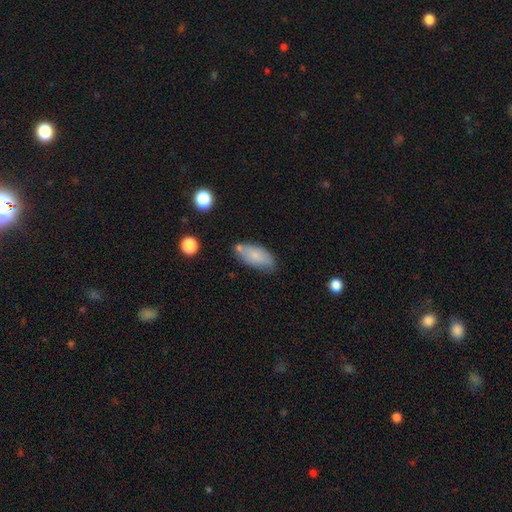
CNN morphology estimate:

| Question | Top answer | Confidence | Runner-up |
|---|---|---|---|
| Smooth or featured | smooth | 76% | featured or disk (17%) |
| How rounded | in between | 89% | cigar-shaped (9%) |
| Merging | none | 63% | minor disturbance (24%) |